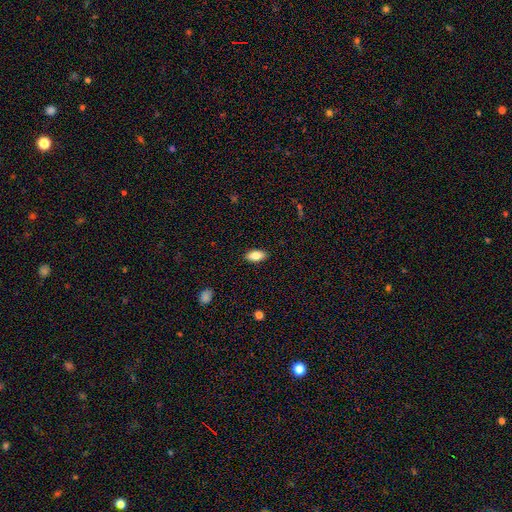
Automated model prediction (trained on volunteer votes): Overall: smooth (84%). How rounded: in between (90%). Merging: none (89%).